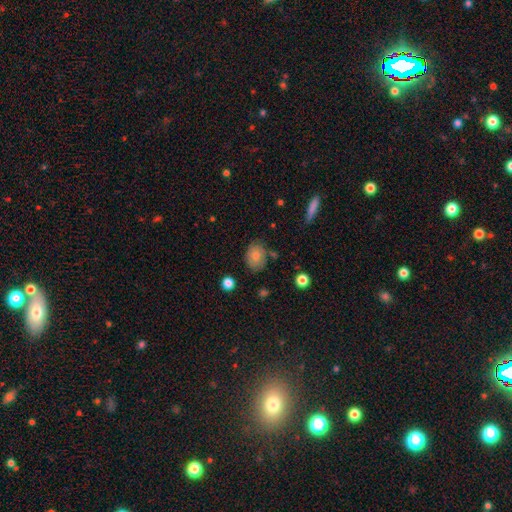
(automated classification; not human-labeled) Smooth or featured? Predicted: smooth (p=0.78). How rounded? Predicted: in between (p=0.63). Merging? Predicted: none (p=0.72).